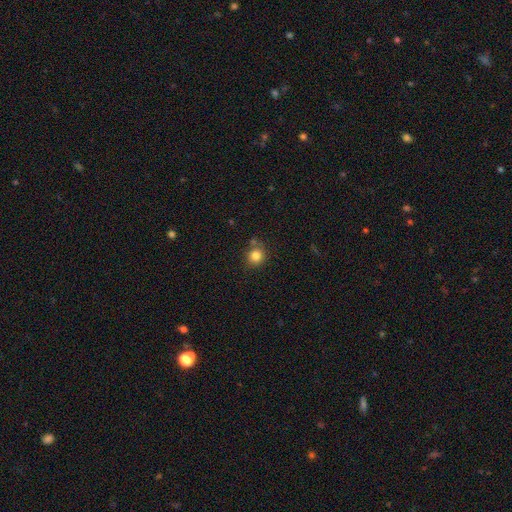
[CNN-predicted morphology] Smooth or featured?
  - smooth: 83% *
  - star or artifact: 11%
  - featured or disk: 6%
How rounded?
  - round: 89% *
  - in between: 10%
  - cigar-shaped: 1%
Merging?
  - none: 75% *
  - minor disturbance: 12%
  - merger: 9%
  - major disturbance: 3%